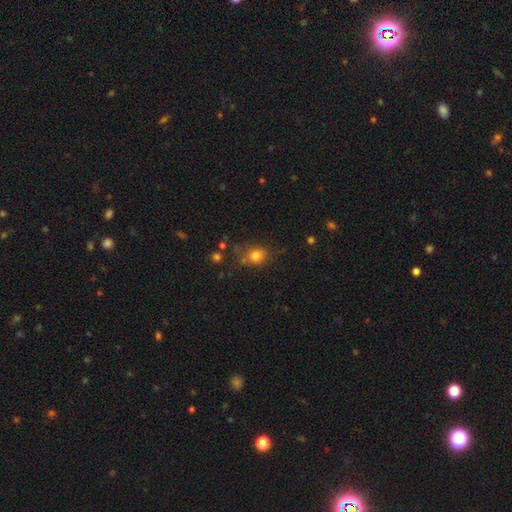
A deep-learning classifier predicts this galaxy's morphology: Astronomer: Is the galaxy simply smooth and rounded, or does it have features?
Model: smooth — 80%.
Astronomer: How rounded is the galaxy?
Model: round — 57% (runner-up: in between, 42%).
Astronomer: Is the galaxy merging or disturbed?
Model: none — 67%.